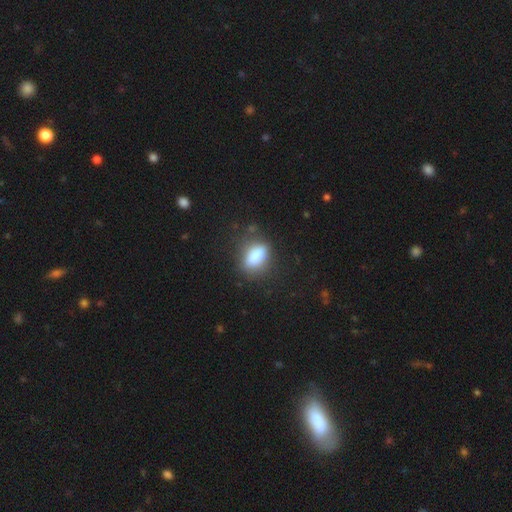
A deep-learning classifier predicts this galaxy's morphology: Smooth or featured?
  - smooth: 81% *
  - featured or disk: 9%
  - star or artifact: 9%
How rounded?
  - in between: 77% *
  - cigar-shaped: 12%
  - round: 11%
Merging?
  - none: 73% *
  - minor disturbance: 17%
  - major disturbance: 7%
  - merger: 3%